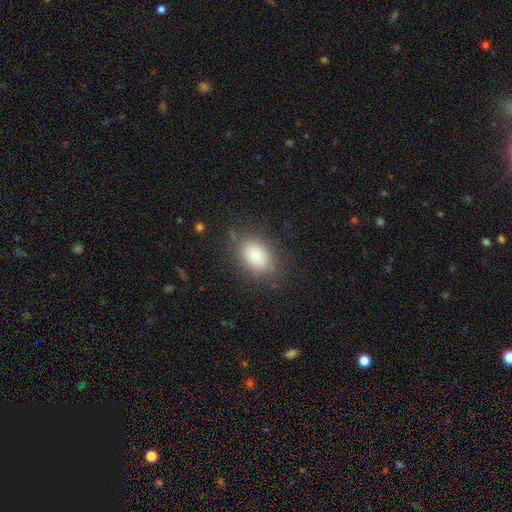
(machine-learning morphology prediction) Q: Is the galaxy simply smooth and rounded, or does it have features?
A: smooth — 84%.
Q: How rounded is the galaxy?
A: in between — 81%.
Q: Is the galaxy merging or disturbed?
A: none — 75%.